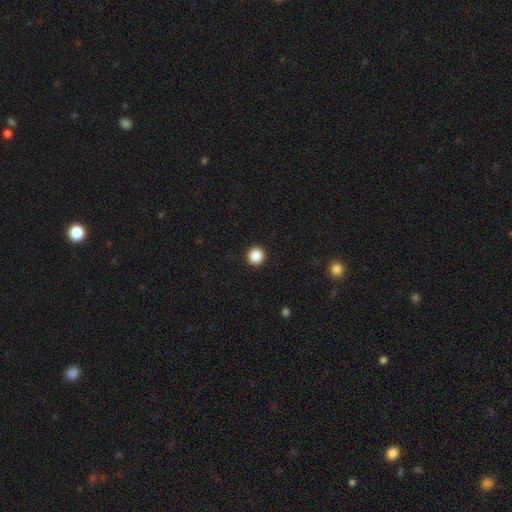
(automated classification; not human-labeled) A smooth galaxy with no disk features (88%) that is round (96%). Merging: none (94%).